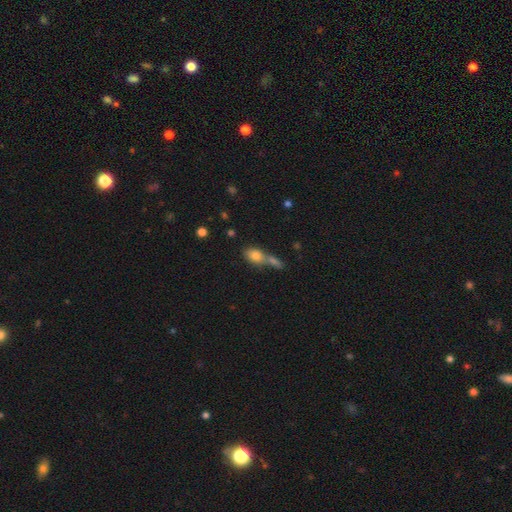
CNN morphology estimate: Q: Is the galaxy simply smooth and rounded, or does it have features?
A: smooth — 79%.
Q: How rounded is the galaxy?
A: in between — 80%.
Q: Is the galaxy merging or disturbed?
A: merger — 47%.